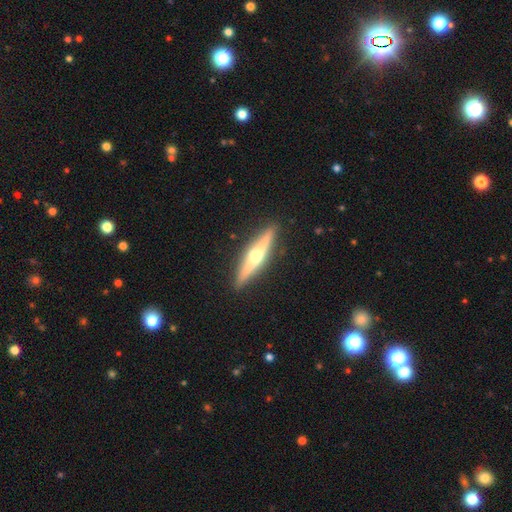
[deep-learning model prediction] A featured or disk galaxy (71%) viewed edge-on (97%) with a rounded central bulge (94%). Merging: none (91%).